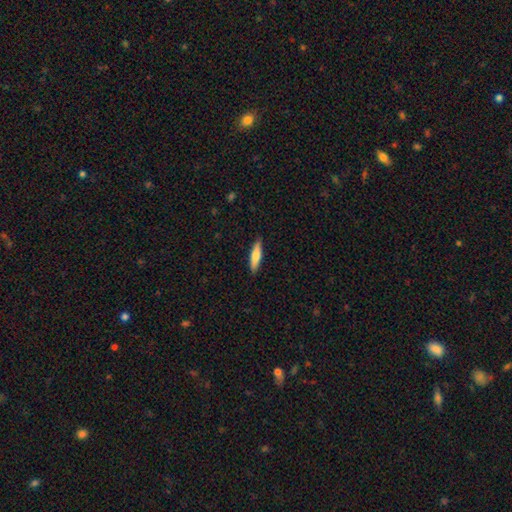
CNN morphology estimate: This is likely a smooth galaxy (72%). How rounded: likely cigar-shaped (76%). Merging: clearly none (90%).